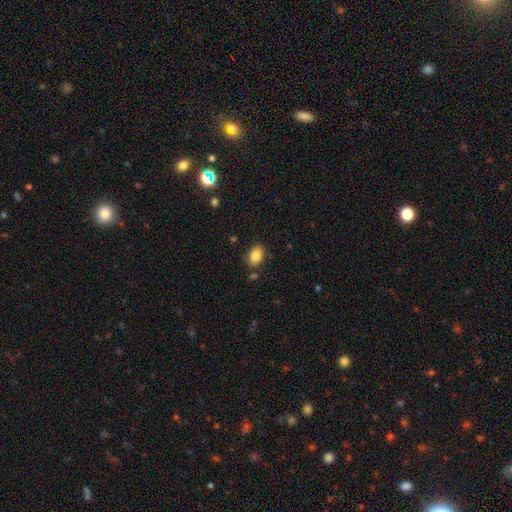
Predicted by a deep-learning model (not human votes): A smooth galaxy with no disk features (85%) that is in between round and cigar-shaped (84%). Merging: none (81%).